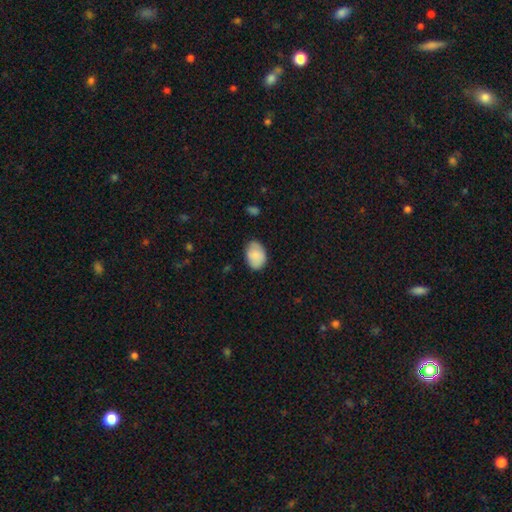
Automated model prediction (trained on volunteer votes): The model was most divided on "merging": none: 77%, minor disturbance: 19%, major disturbance: 3%, merger: 1%. More confident: smooth or featured — smooth (86%); how rounded — in between (82%).